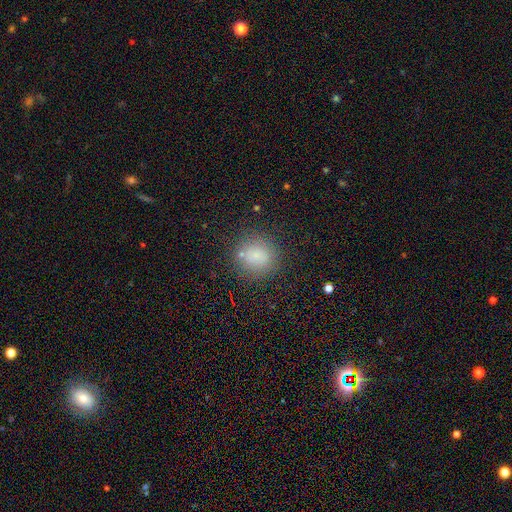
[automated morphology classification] type=smooth (80%); roundness=round (86%); merging=none (78%).